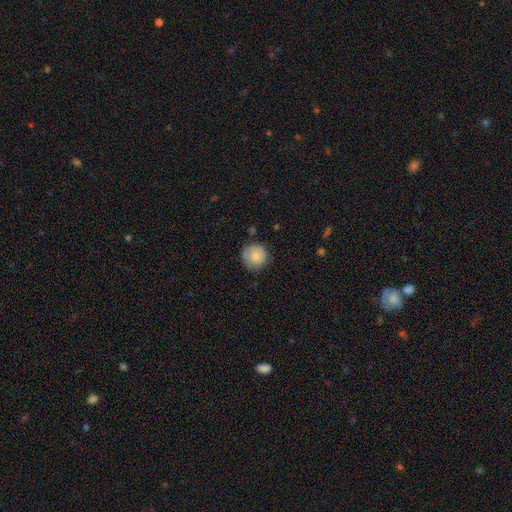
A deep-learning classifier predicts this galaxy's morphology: Smooth or featured?
  - smooth: 78% *
  - featured or disk: 15%
  - star or artifact: 8%
How rounded?
  - round: 95% *
  - in between: 4%
  - cigar-shaped: 1%
Merging?
  - none: 81% *
  - minor disturbance: 15%
  - major disturbance: 3%
  - merger: 1%